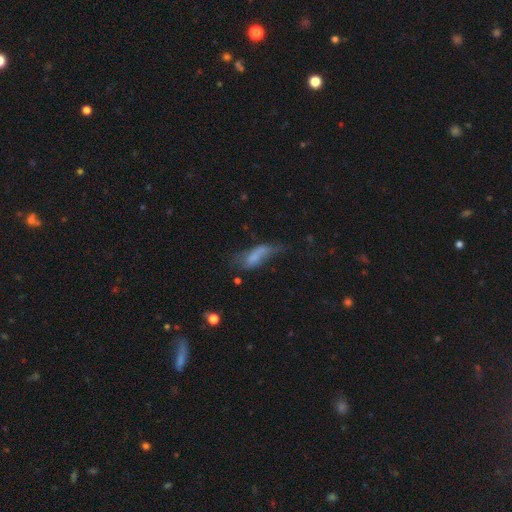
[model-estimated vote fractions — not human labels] This appears to be a smooth galaxy with no disk features (62%) that is in between round and cigar-shaped (67%). Merging: major disturbance (34%).